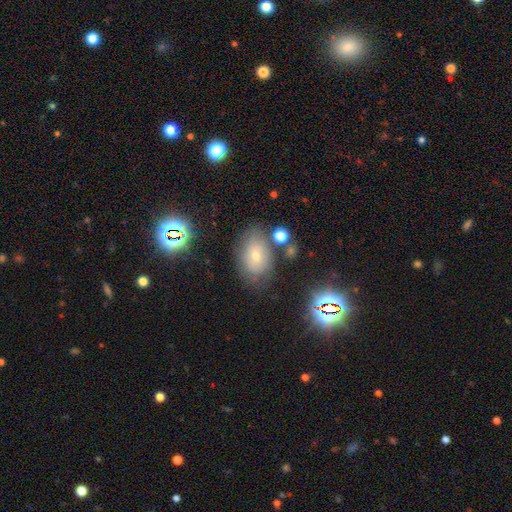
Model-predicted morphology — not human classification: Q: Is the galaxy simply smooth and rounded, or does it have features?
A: smooth — 63%.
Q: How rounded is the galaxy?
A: in between — 79%.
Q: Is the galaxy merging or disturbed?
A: none — 67%.